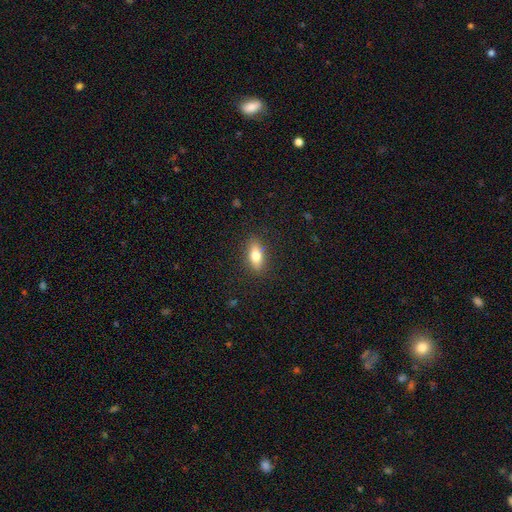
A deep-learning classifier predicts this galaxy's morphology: Smooth or featured? Predicted: smooth (p=0.75). How rounded? Predicted: in between (p=0.75). Merging? Predicted: none (p=0.87).